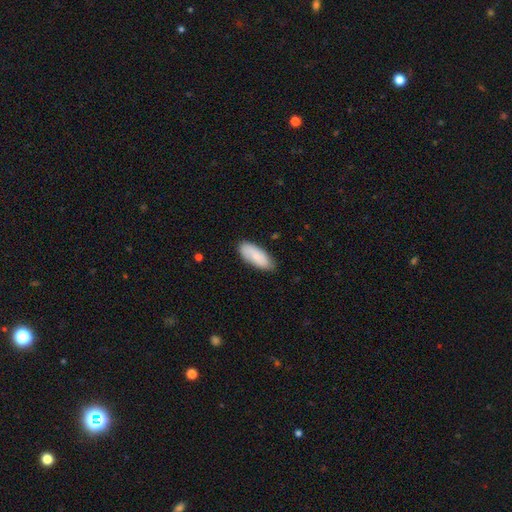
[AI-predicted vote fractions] Smooth or featured?
  - smooth: 75% *
  - featured or disk: 19%
  - star or artifact: 6%
How rounded?
  - in between: 81% *
  - cigar-shaped: 17%
  - round: 2%
Merging?
  - none: 78% *
  - minor disturbance: 18%
  - major disturbance: 3%
  - merger: 1%